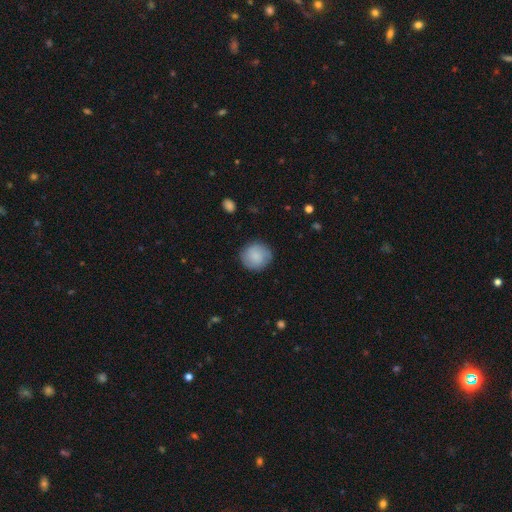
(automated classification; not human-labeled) Smooth or featured? smooth (79%)
How rounded? round (92%)
Merging? none (86%)